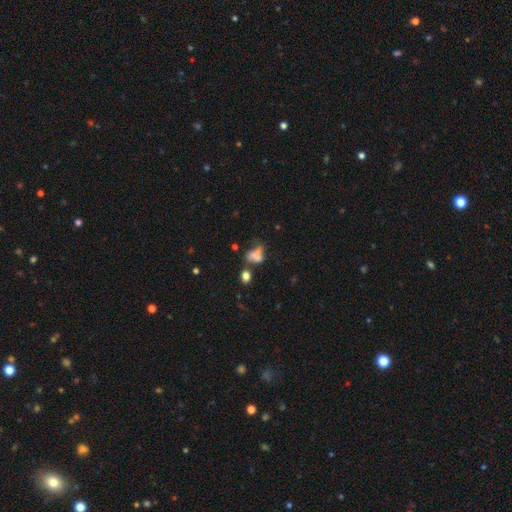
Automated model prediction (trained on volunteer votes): Smooth or featured? Predicted: smooth (p=0.58). How rounded? Predicted: in between (p=0.73). Merging? Predicted: merger (p=0.35).